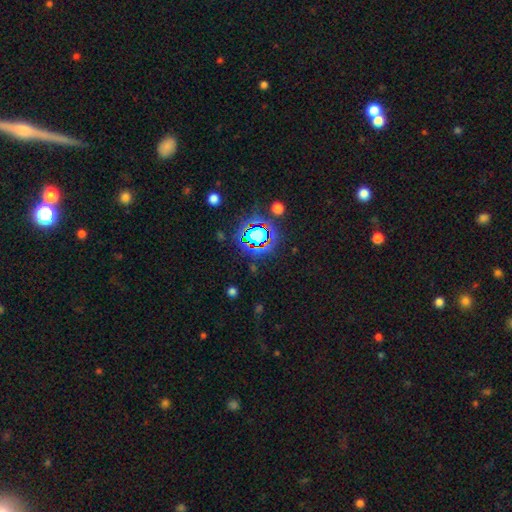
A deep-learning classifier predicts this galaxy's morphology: type=star or artifact (80%).